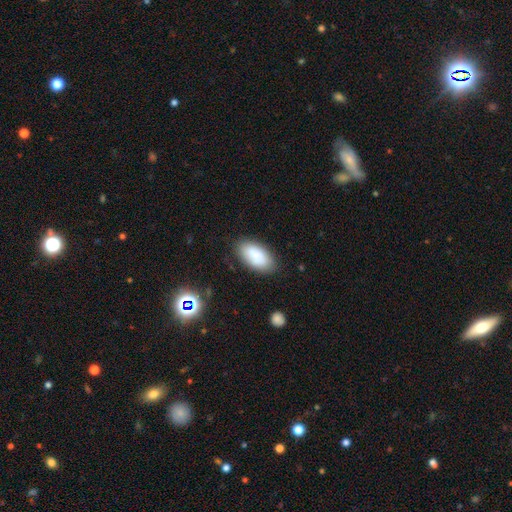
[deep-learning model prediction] A smooth galaxy with no disk features (84%) that is in between round and cigar-shaped (94%).

Vote fractions:
- Smooth or featured? smooth: 84% / featured or disk: 9% / star or artifact: 7%
- How rounded? in between: 94% / cigar-shaped: 3% / round: 3%
- Merging? none: 81% / minor disturbance: 14% / major disturbance: 4% / merger: 2%